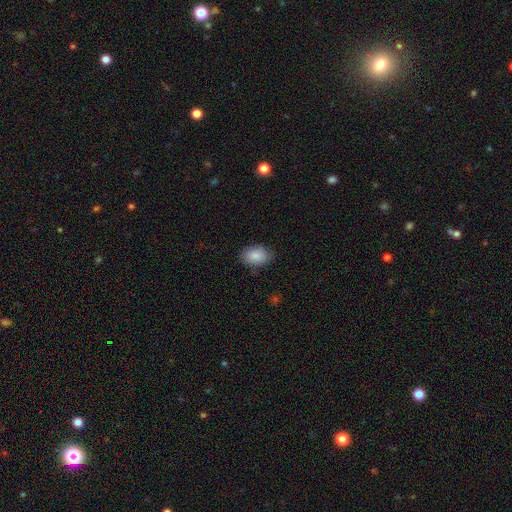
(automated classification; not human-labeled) Smooth or featured: smooth — 88% (star or artifact — 7%)
How rounded: in between — 87% (round — 12%)
Merging: none — 82% (minor disturbance — 14%)